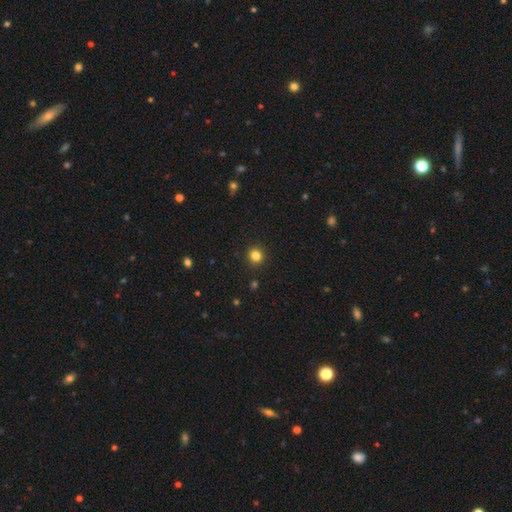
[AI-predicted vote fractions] Overall: smooth (83%). How rounded: round (88%). Merging: none (92%).